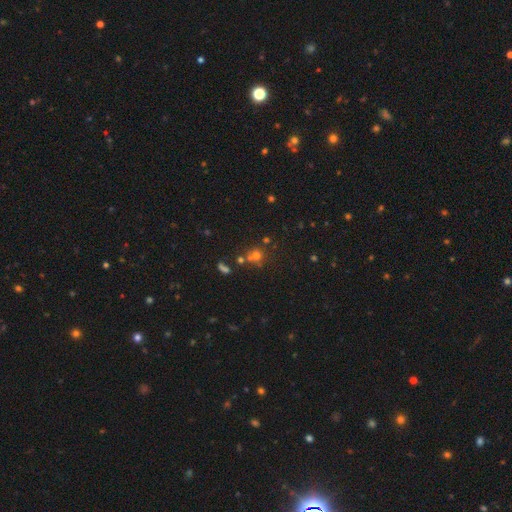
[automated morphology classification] The model was most divided on "merging": none: 55%, merger: 29%, minor disturbance: 10%, major disturbance: 5%. More confident: how rounded — round (86%); smooth or featured — smooth (60%).